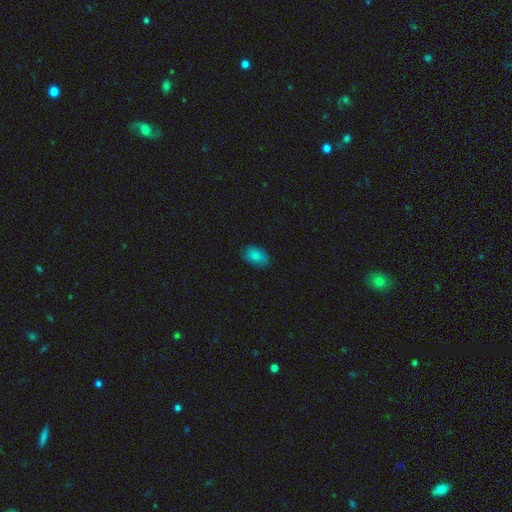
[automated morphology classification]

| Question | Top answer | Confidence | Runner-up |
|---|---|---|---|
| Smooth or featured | smooth | 86% | star or artifact (9%) |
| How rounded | in between | 90% | round (9%) |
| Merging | none | 82% | minor disturbance (15%) |